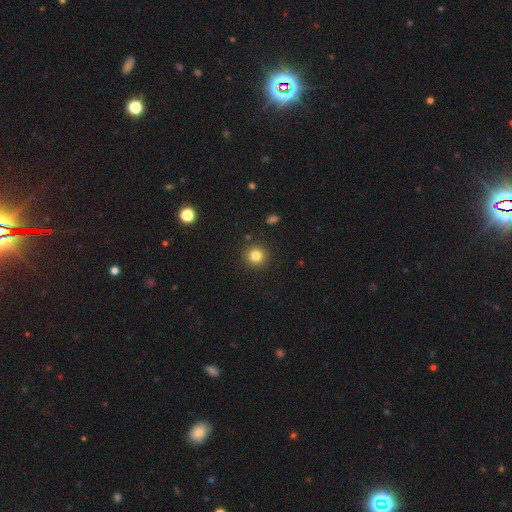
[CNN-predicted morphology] A smooth galaxy with no disk features (83%) that is round (94%). Merging: none (90%).